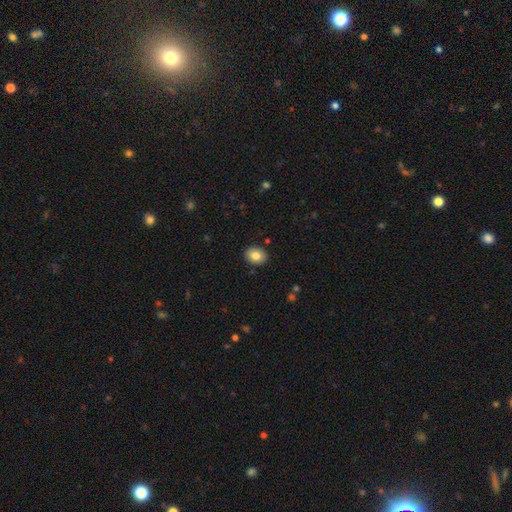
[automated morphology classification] smooth-or-featured: smooth: 82% | featured or disk: 10% | star or artifact: 8%
  how-rounded: in between: 61% | round: 39% | cigar-shaped: 1%
  merging: none: 89% | minor disturbance: 8% | major disturbance: 2% | merger: 1%